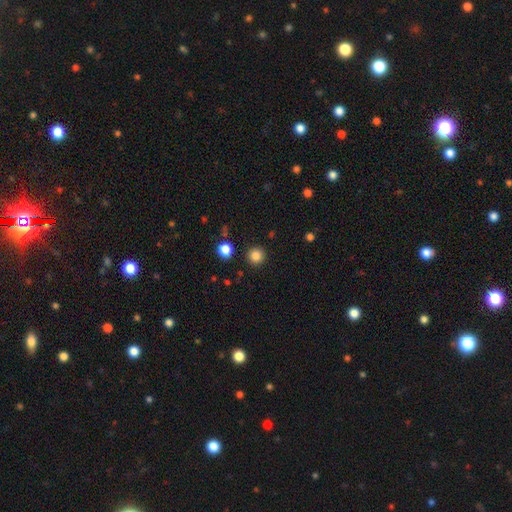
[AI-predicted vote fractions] Overall: smooth (85%). How rounded: round (95%). Merging: none (91%).